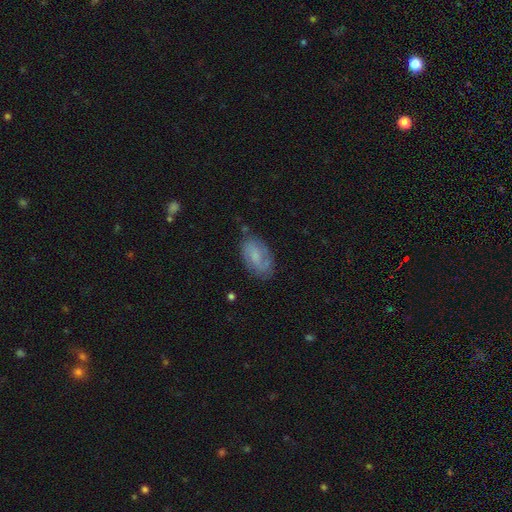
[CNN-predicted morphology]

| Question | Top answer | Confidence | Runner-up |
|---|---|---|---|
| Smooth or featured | smooth | 49% | featured or disk (43%) |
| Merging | none | 70% | minor disturbance (22%) |